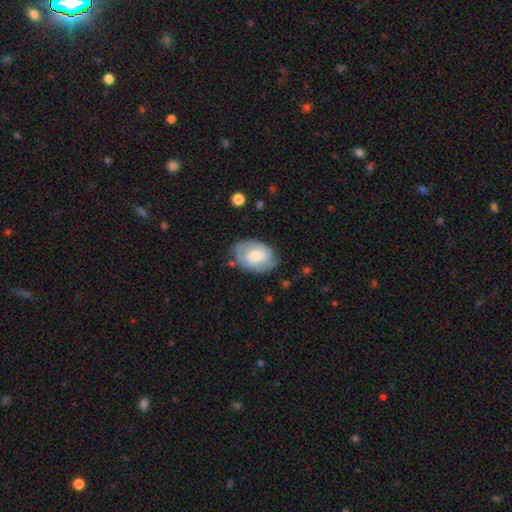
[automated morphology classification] Smooth or featured: featured or disk — 51% (smooth — 43%)
Edge-on disk: no — 96% (yes — 4%)
Merging: none — 71% (minor disturbance — 21%)